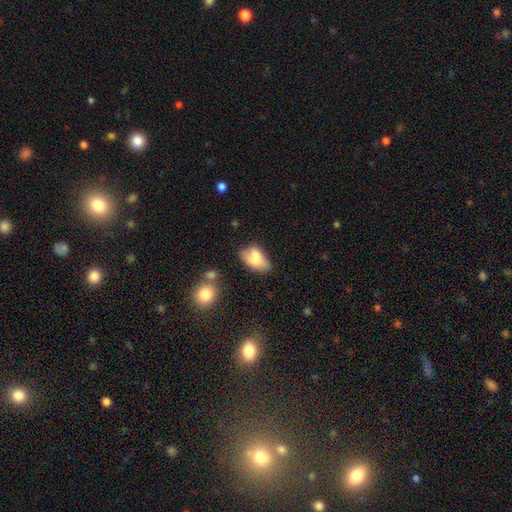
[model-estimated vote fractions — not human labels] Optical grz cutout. It shows a smooth galaxy with no disk features (62%) that is in between round and cigar-shaped (88%). Merging: none (36%).